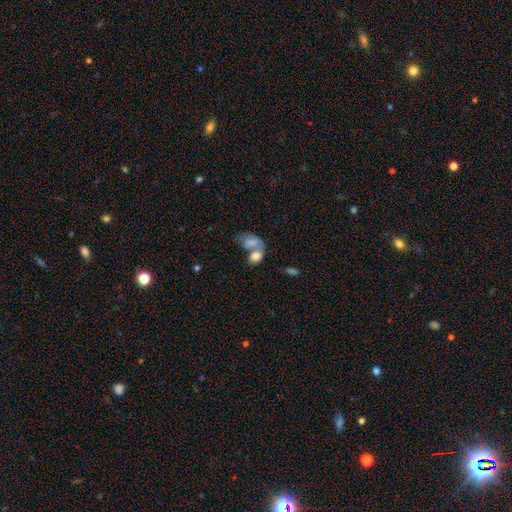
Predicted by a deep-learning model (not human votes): Smooth or featured?
  - smooth: 76% *
  - featured or disk: 16%
  - star or artifact: 9%
How rounded?
  - in between: 80% *
  - round: 19%
  - cigar-shaped: 2%
Merging?
  - merger: 62% *
  - none: 20%
  - minor disturbance: 10%
  - major disturbance: 8%